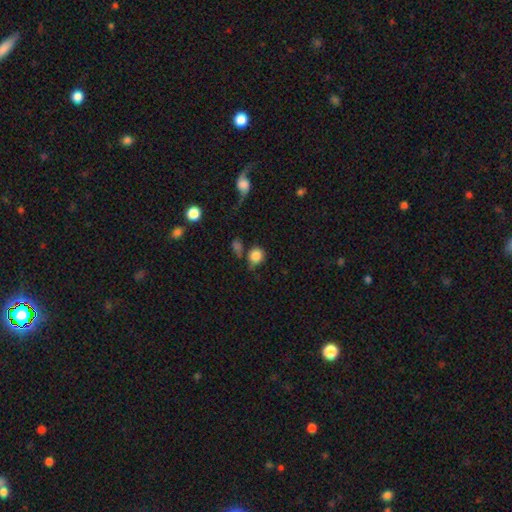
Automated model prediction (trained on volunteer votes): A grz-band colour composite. It shows a smooth galaxy with no disk features (84%) that is round (81%). Merging: none (58%).